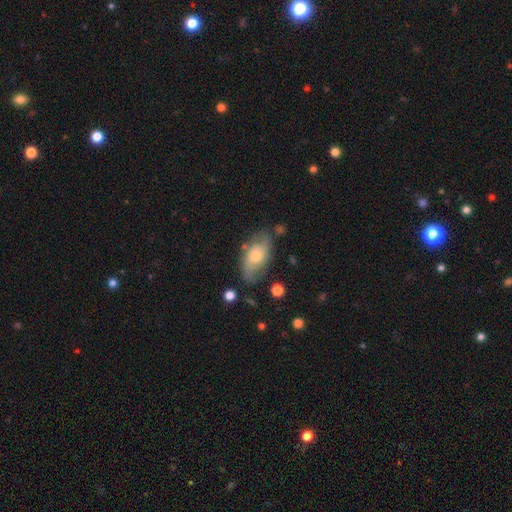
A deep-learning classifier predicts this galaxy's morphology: smooth-or-featured: featured or disk: 59% | smooth: 34% | star or artifact: 7%
  disk-edge-on: no: 92% | yes: 8%
    bar: no: 74% | weak: 22% | strong: 4%
    has-spiral-arms: yes: 82% | no: 18%
    bulge-size: moderate: 47% | small: 45% | large: 5% | none: 2% | dominant: 1%
  merging: none: 69% | minor disturbance: 21% | major disturbance: 7% | merger: 3%